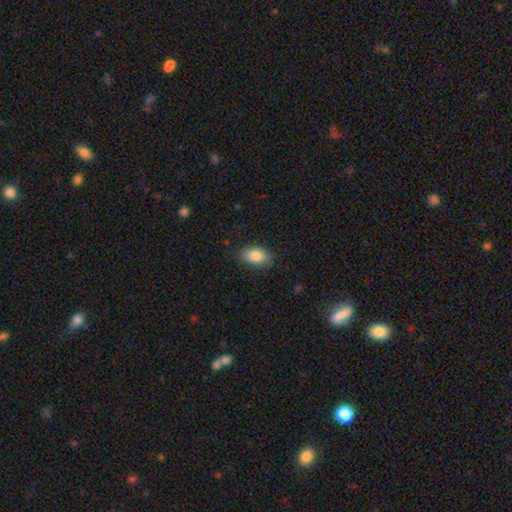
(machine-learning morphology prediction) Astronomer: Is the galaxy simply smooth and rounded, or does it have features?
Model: smooth — 84%.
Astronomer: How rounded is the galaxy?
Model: in between — 90%.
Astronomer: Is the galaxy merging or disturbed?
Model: none — 82%.